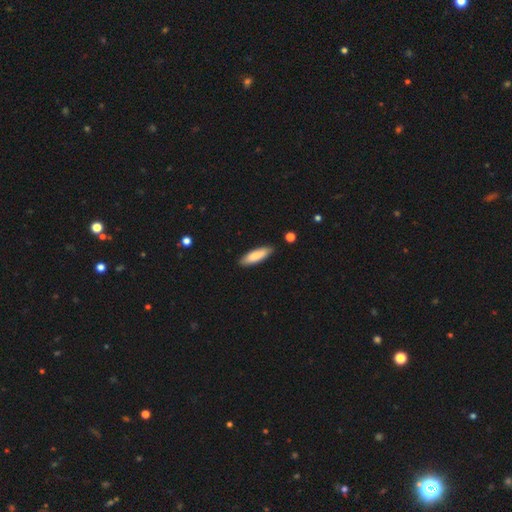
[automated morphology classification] The model was most divided on "how rounded": cigar-shaped: 59%, in between: 40%, round: 1%. More confident: merging — none (88%); smooth or featured — smooth (84%).